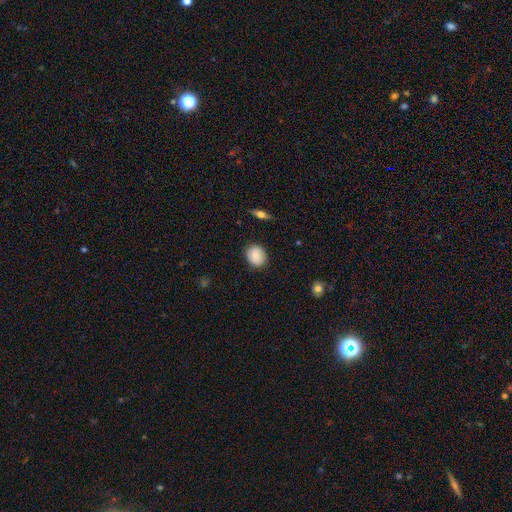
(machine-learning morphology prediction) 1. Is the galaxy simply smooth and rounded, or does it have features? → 84% smooth, 8% featured or disk, 8% star or artifact.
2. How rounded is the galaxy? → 61% round, 38% in between, 1% cigar-shaped.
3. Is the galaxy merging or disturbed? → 86% none, 11% minor disturbance, 2% major disturbance, 1% merger.